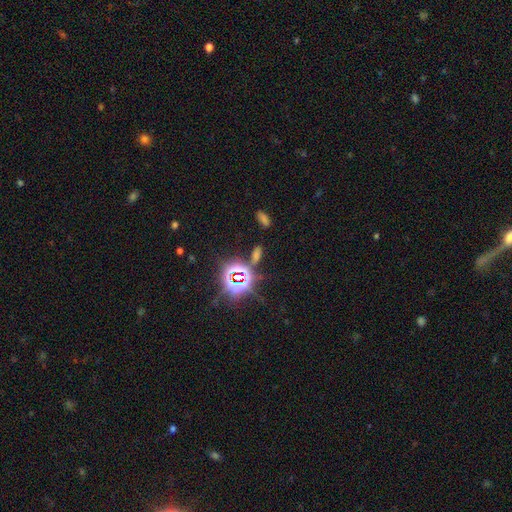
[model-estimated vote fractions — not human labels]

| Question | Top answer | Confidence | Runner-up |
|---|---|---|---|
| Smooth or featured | star or artifact | 66% | smooth (23%) |